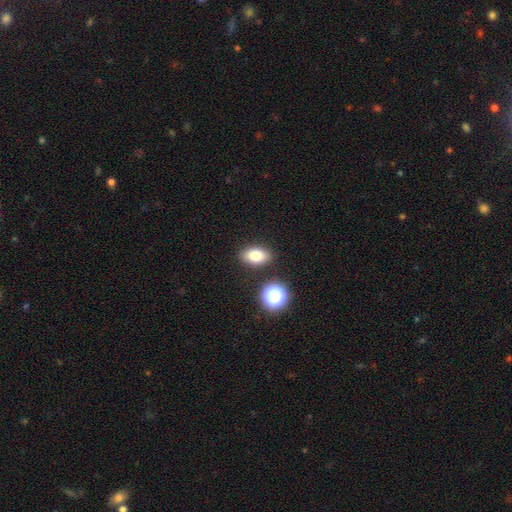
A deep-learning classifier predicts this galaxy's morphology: A smooth galaxy with no disk features (78%) that is in between round and cigar-shaped (85%).

Vote fractions:
- Smooth or featured? smooth: 78% / star or artifact: 11% / featured or disk: 11%
- How rounded? in between: 85% / round: 13% / cigar-shaped: 2%
- Merging? none: 86% / minor disturbance: 8% / merger: 3% / major disturbance: 2%